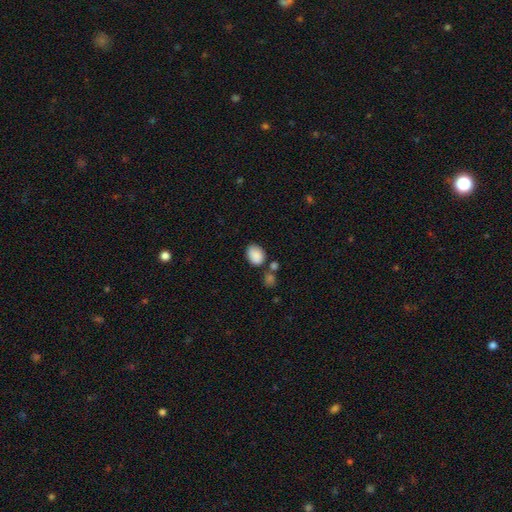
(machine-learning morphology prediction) Smooth or featured: smooth — 87% (star or artifact — 8%)
How rounded: in between — 66% (round — 33%)
Merging: none — 61% (minor disturbance — 19%)